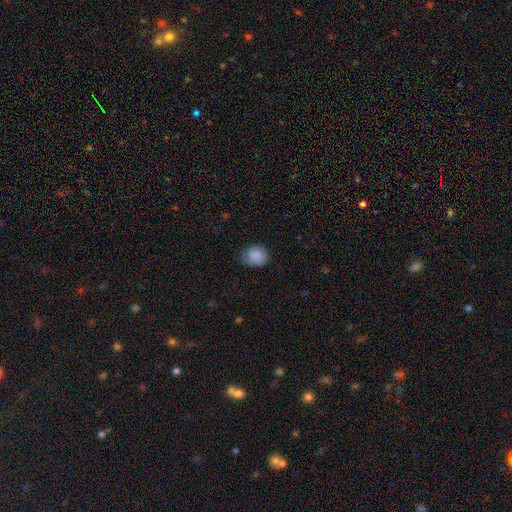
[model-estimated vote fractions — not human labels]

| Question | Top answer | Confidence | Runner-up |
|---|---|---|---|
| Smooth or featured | smooth | 88% | star or artifact (8%) |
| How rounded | round | 59% | in between (40%) |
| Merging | none | 70% | minor disturbance (25%) |